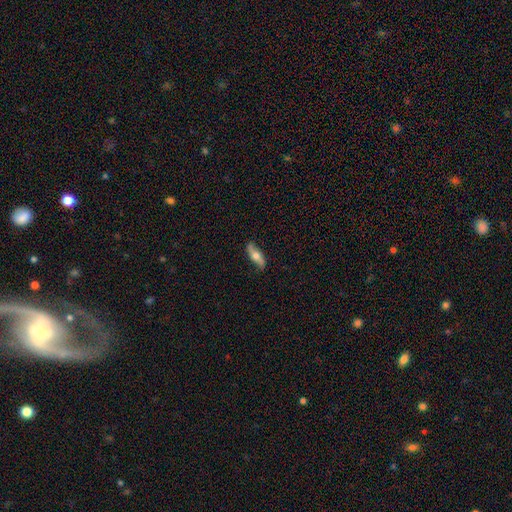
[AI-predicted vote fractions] This appears to be a featured or disk galaxy (47%, tied with smooth). Merging: none (81%).